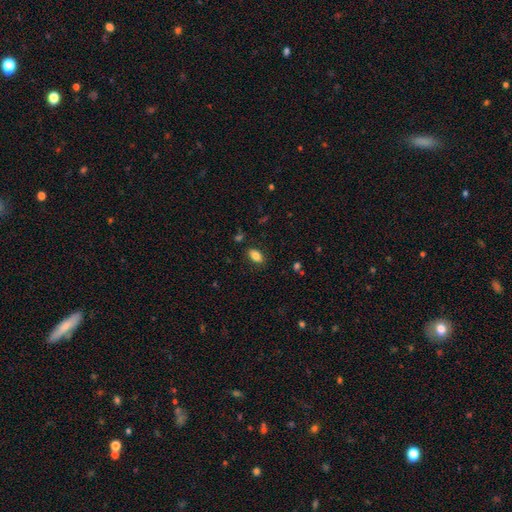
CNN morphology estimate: A smooth galaxy with no disk features (83%) that is in between round and cigar-shaped (90%). Merging: none (84%).